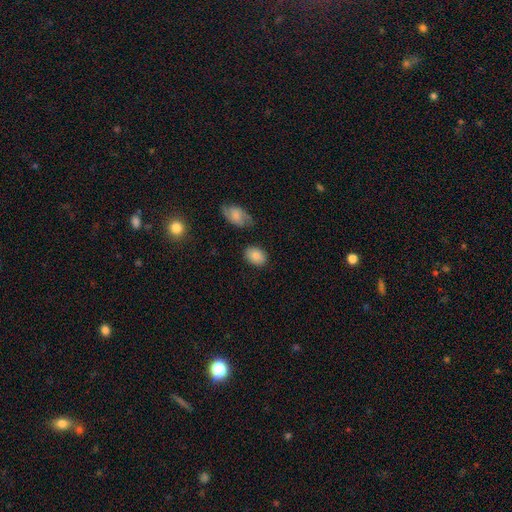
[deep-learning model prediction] Smooth or featured: smooth — 83% (featured or disk — 9%)
How rounded: in between — 75% (round — 24%)
Merging: none — 79% (minor disturbance — 14%)